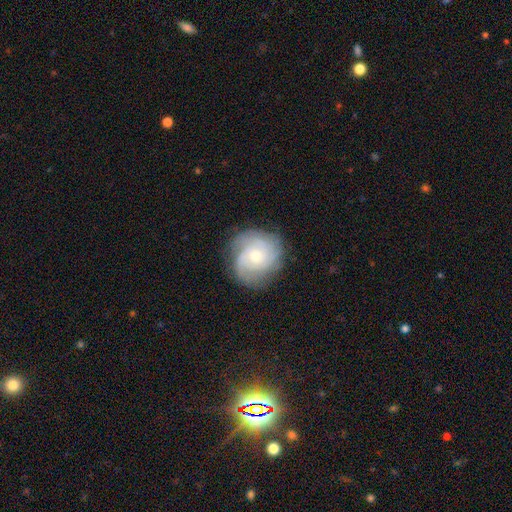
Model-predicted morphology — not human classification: A featured or disk galaxy (76%) with no bar (76%), 3 (30%) tight (61%) spiral arms (94%) and a small central bulge (48%).

Vote fractions:
- Smooth or featured? featured or disk: 76% / smooth: 18% / star or artifact: 7%
- Edge-on disk? no: 98% / yes: 2%
- Bar? no: 76% / weak: 21% / strong: 3%
- Spiral arms? yes: 94% / no: 6%
- Spiral winding? tight: 61% / medium: 31% / loose: 8%
- Spiral arm count? 3: 30% / can't tell: 28% / 2: 17% / 4: 14% / more than 4: 6% / 1: 6%
- Bulge size? small: 48% / moderate: 47% / large: 2% / none: 1% / dominant: 1%
- Merging? none: 78% / minor disturbance: 16% / major disturbance: 5% / merger: 1%